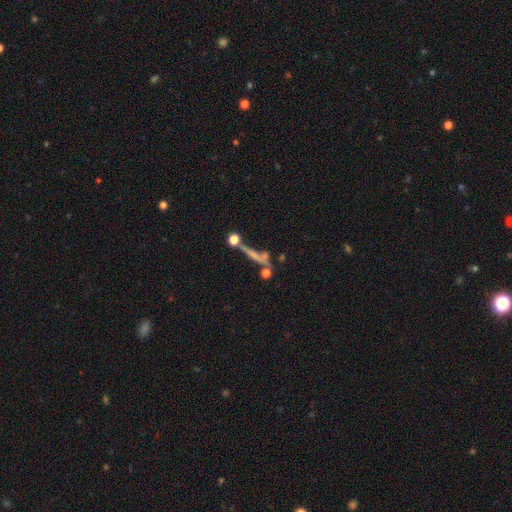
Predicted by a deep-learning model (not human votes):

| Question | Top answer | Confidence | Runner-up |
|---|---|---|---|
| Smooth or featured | featured or disk | 44% | smooth (37%) |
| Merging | none | 40% | merger (25%) |